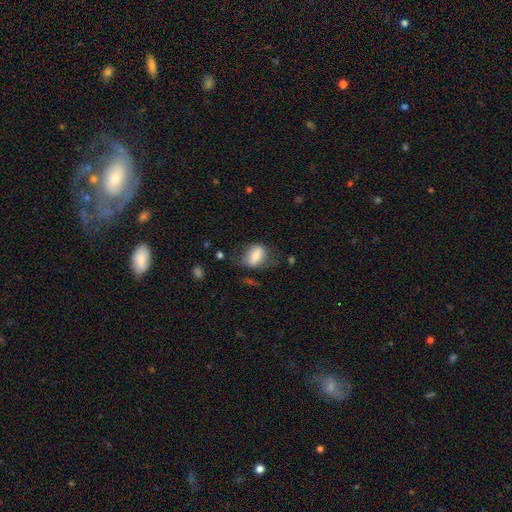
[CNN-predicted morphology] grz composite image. It shows a smooth galaxy with no disk features (67%) that is in between round and cigar-shaped (74%). Merging: none (53%).